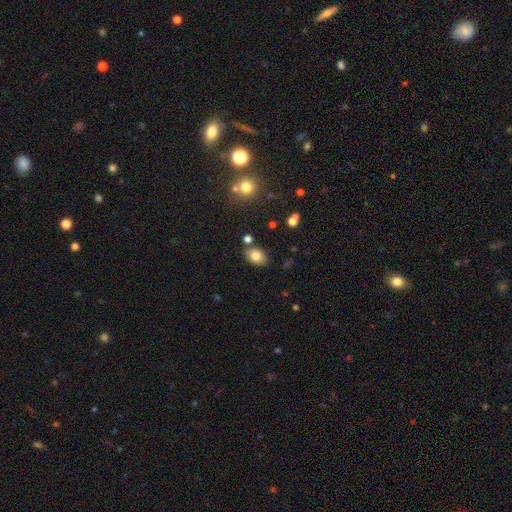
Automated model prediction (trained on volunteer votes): A smooth galaxy with no disk features (80%) that is in between round and cigar-shaped (74%).

Vote fractions:
- Smooth or featured? smooth: 80% / featured or disk: 10% / star or artifact: 10%
- How rounded? in between: 74% / round: 25% / cigar-shaped: 1%
- Merging? none: 80% / minor disturbance: 12% / merger: 6% / major disturbance: 3%